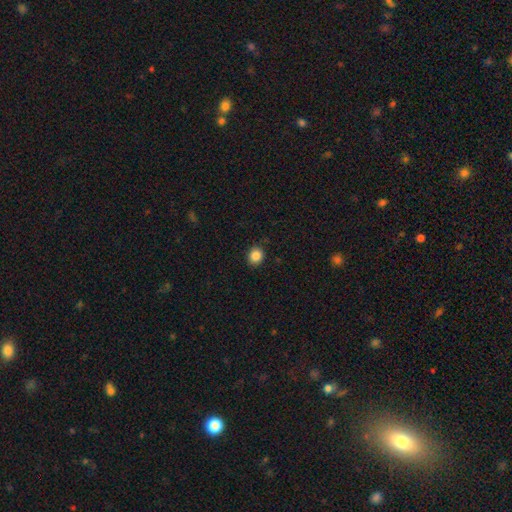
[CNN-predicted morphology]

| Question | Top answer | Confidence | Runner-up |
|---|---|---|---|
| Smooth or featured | smooth | 86% | star or artifact (10%) |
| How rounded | round | 73% | in between (26%) |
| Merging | none | 88% | minor disturbance (9%) |